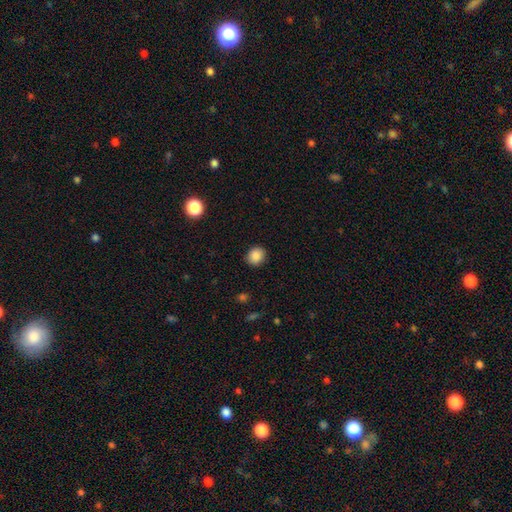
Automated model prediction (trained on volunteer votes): This appears to be a smooth galaxy with no disk features (88%) that is round (74%). Merging: none (89%).